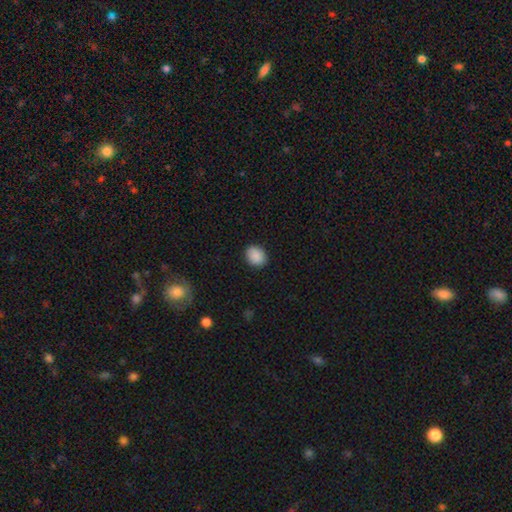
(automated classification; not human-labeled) Smooth or featured?
  - smooth: 89% *
  - star or artifact: 8%
  - featured or disk: 3%
How rounded?
  - in between: 51% *
  - round: 48%
  - cigar-shaped: 1%
Merging?
  - none: 88% *
  - minor disturbance: 9%
  - major disturbance: 2%
  - merger: 1%